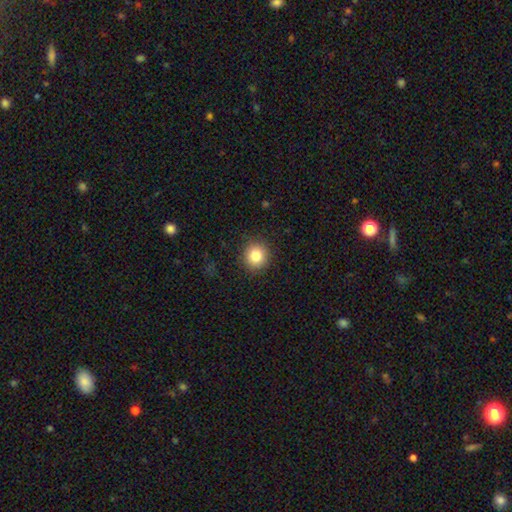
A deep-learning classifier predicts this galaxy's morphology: The model was most divided on "smooth or featured": smooth: 82%, star or artifact: 11%, featured or disk: 7%. More confident: how rounded — round (90%); merging — none (90%).